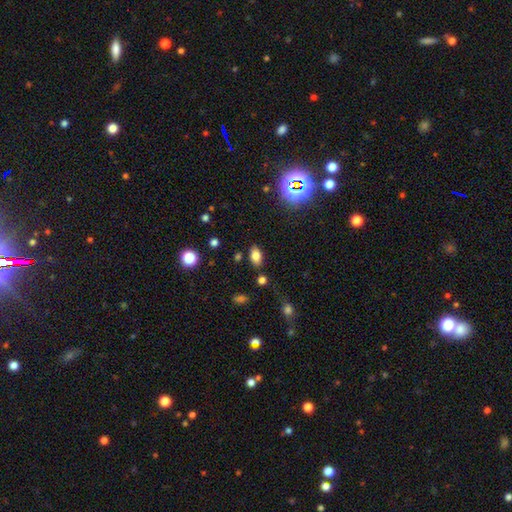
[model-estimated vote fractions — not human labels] smooth-or-featured: smooth: 79% | star or artifact: 13% | featured or disk: 9%
  how-rounded: in between: 88% | round: 9% | cigar-shaped: 3%
  merging: none: 82% | minor disturbance: 11% | merger: 4% | major disturbance: 3%